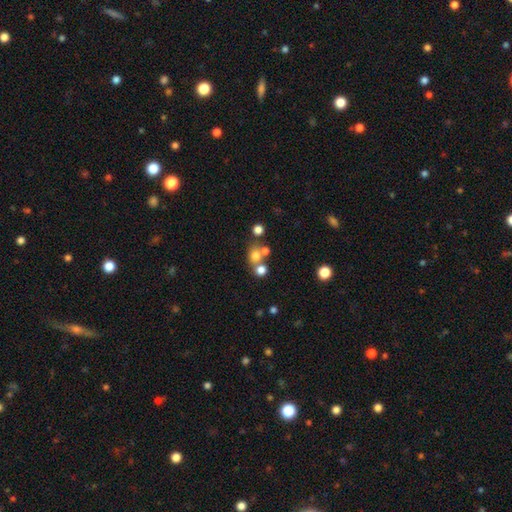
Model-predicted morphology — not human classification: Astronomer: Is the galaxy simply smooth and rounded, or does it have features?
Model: smooth — 71%.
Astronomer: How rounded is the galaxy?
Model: round — 78%.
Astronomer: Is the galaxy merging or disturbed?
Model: none — 49% (runner-up: merger, 38%).